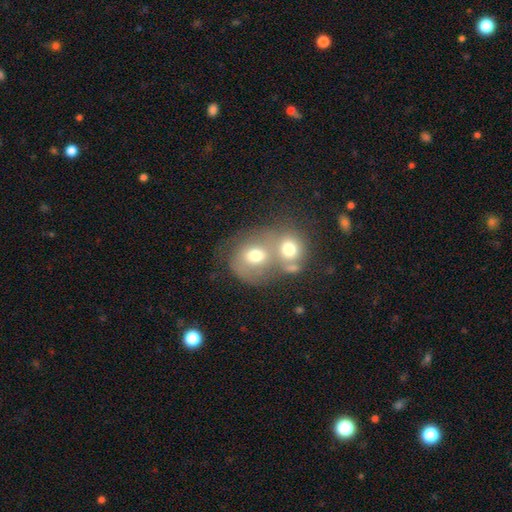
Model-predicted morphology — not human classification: Overall: smooth (53%; featured or disk 35%). How rounded: round (68%; in between 32%). Merging: merger (65%).